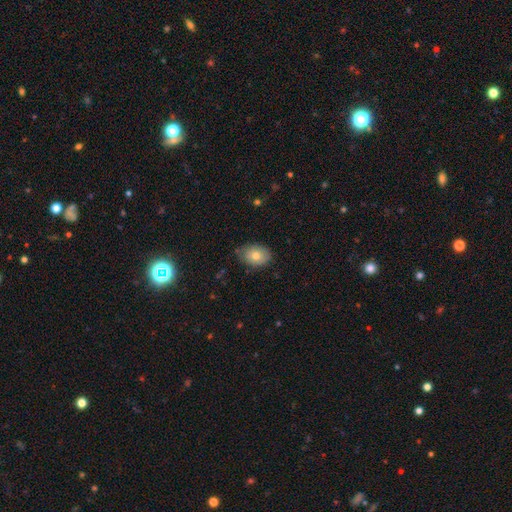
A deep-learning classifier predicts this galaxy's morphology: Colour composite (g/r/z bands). It shows a smooth galaxy with no disk features (77%) that is in between round and cigar-shaped (76%). Merging: none (72%).